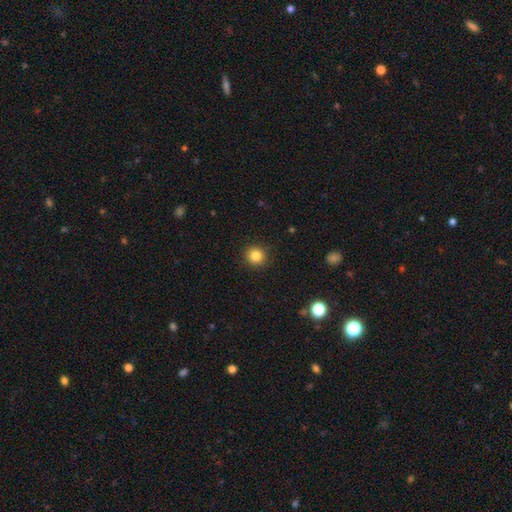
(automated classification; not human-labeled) smooth-or-featured: smooth: 83% | star or artifact: 12% | featured or disk: 5%
  how-rounded: round: 93% | in between: 6% | cigar-shaped: 1%
  merging: none: 91% | minor disturbance: 6% | major disturbance: 2% | merger: 1%